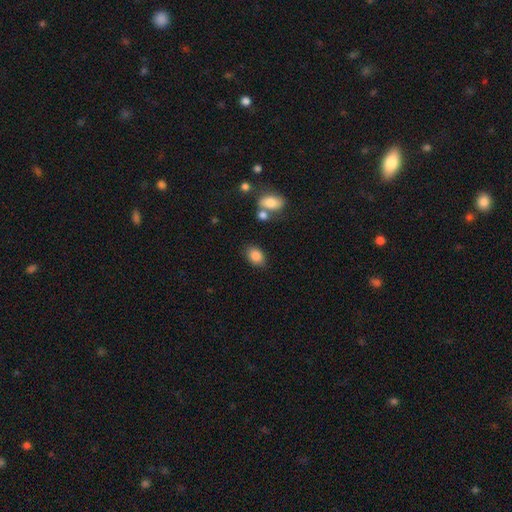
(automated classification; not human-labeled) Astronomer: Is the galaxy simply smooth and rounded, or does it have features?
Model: smooth — 85%.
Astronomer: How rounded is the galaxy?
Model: in between — 79%.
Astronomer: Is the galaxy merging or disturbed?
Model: none — 78%.